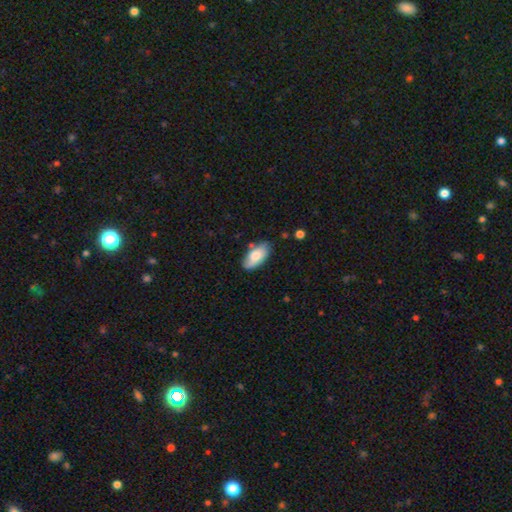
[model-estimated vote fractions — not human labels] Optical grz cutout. It shows a smooth galaxy with no disk features (71%) that is in between round and cigar-shaped (92%). Merging: none (72%).